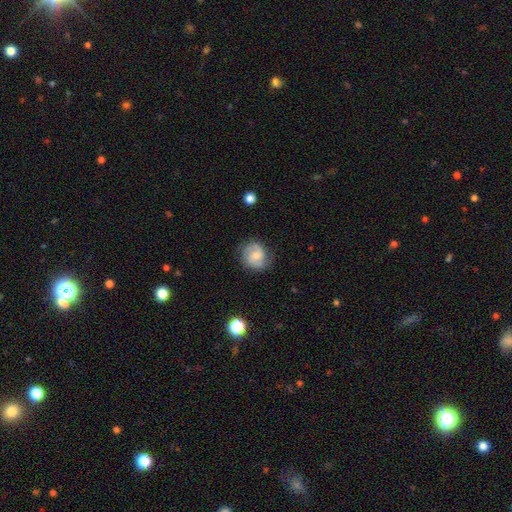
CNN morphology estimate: Smooth or featured? featured or disk (48%)
Merging? none (73%)